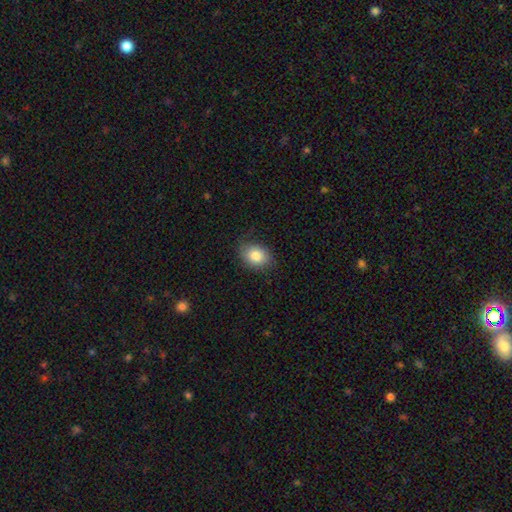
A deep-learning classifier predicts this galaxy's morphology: Smooth or featured?
  - smooth: 82% *
  - featured or disk: 10%
  - star or artifact: 8%
How rounded?
  - in between: 62% *
  - round: 37%
  - cigar-shaped: 1%
Merging?
  - none: 73% *
  - minor disturbance: 21%
  - major disturbance: 5%
  - merger: 1%